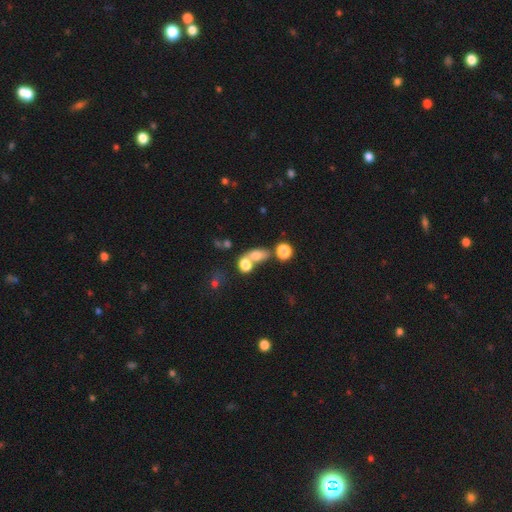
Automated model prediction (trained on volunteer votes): Smooth or featured?
  - smooth: 71% *
  - star or artifact: 15%
  - featured or disk: 14%
How rounded?
  - in between: 69% *
  - round: 27%
  - cigar-shaped: 4%
Merging?
  - merger: 43% *
  - none: 38%
  - minor disturbance: 12%
  - major disturbance: 7%